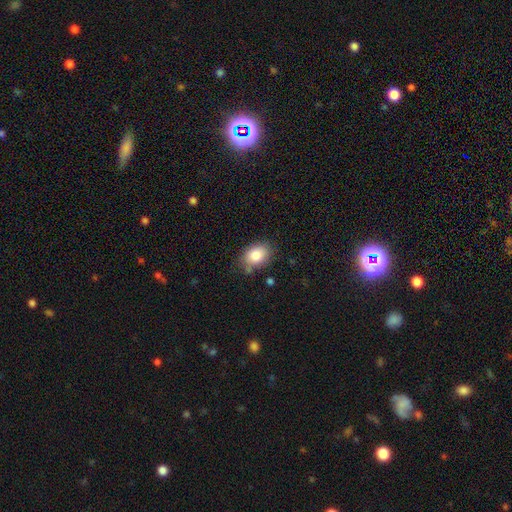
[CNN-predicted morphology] A smooth galaxy with no disk features (84%) that is in between round and cigar-shaped (77%). Merging: none (72%).